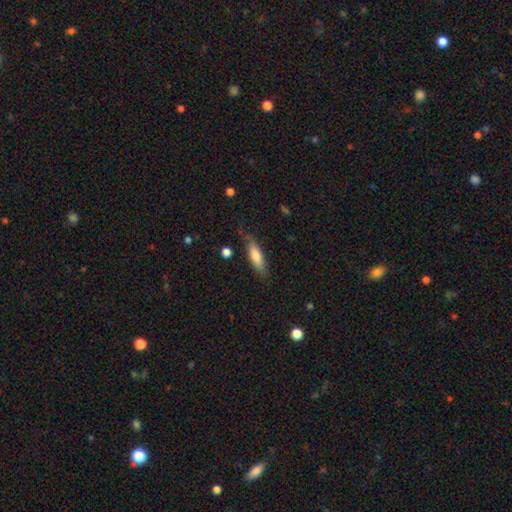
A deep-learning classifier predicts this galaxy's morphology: A smooth galaxy with no disk features (73%) that is cigar-shaped (56%). Merging: none (72%).